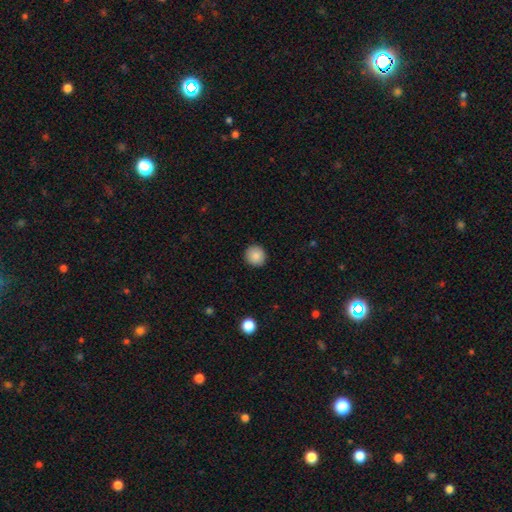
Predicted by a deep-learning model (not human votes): smooth-or-featured: smooth: 87% | star or artifact: 8% | featured or disk: 5%
  how-rounded: round: 93% | in between: 6% | cigar-shaped: 1%
  merging: none: 92% | minor disturbance: 6% | major disturbance: 2% | merger: 1%